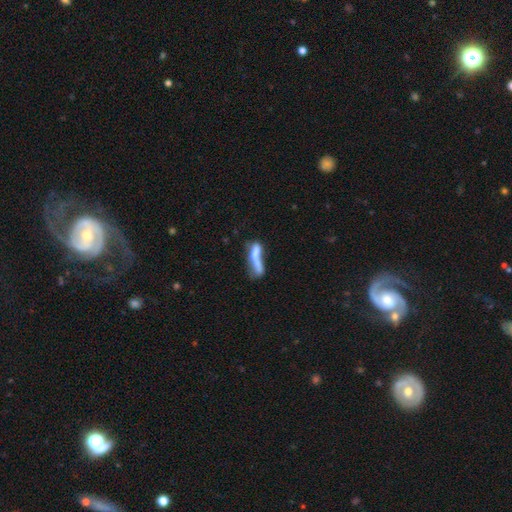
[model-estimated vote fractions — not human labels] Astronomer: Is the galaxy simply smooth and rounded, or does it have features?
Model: smooth — 58%.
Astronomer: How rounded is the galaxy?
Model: cigar-shaped — 68%.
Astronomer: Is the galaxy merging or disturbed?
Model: merger — 32% (runner-up: major disturbance, 26%).